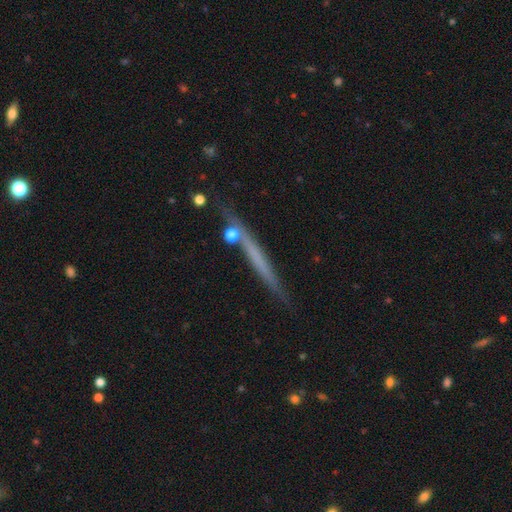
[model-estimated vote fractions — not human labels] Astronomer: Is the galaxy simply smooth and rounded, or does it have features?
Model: featured or disk — 49% (runner-up: smooth, 43%).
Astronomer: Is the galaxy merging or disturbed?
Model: none — 82%.